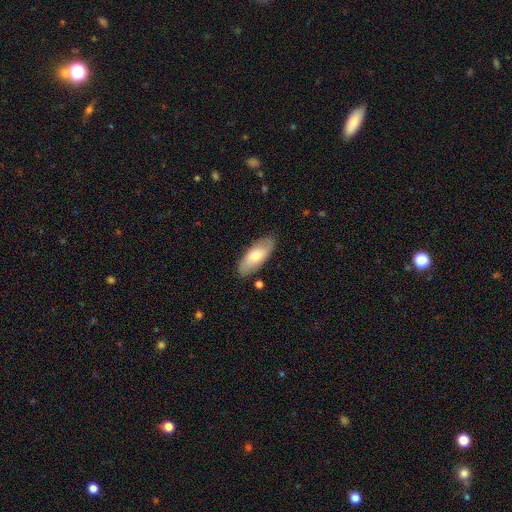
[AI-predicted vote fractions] Smooth or featured?
  - smooth: 63% *
  - featured or disk: 31%
  - star or artifact: 6%
How rounded?
  - in between: 85% *
  - cigar-shaped: 12%
  - round: 2%
Merging?
  - none: 84% *
  - minor disturbance: 12%
  - major disturbance: 2%
  - merger: 2%